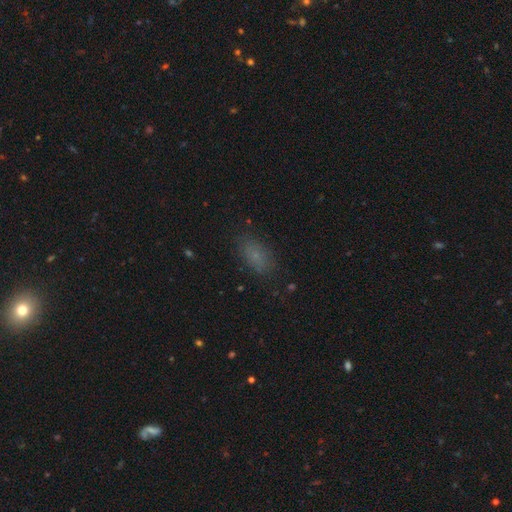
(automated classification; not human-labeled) The model was most divided on "smooth or featured": smooth: 73%, star or artifact: 17%, featured or disk: 10%. More confident: how rounded — in between (86%); merging — none (80%).